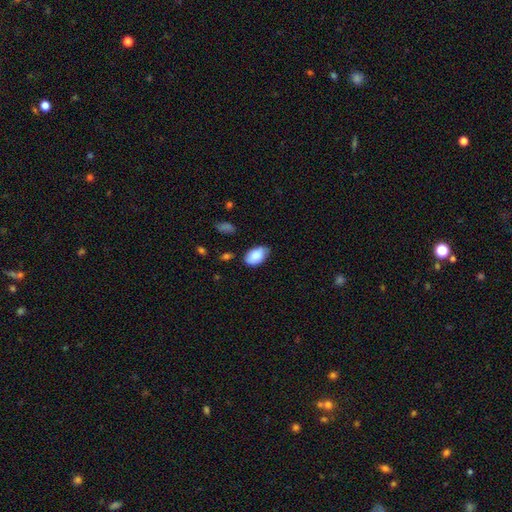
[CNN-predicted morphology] smooth-or-featured: smooth: 85% | featured or disk: 9% | star or artifact: 6%
  how-rounded: in between: 93% | round: 6% | cigar-shaped: 1%
  merging: none: 70% | minor disturbance: 24% | major disturbance: 4% | merger: 2%